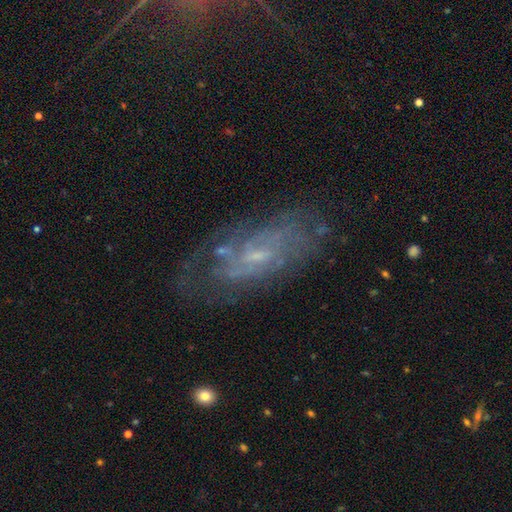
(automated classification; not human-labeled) Smooth or featured? featured or disk (73%)
Edge-on disk? no (90%)
Bar? no (47%)
Spiral arms? yes (76%)
Spiral winding? tight (50%)
Spiral arm count? can't tell (59%)
Bulge size? small (63%)
Merging? none (67%)